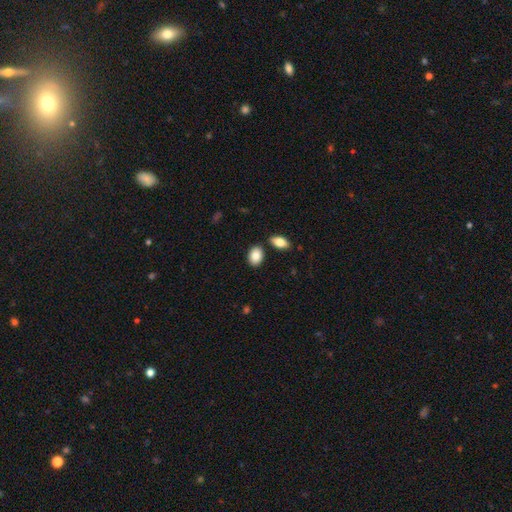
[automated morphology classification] Smooth or featured? Predicted: smooth (p=0.87). How rounded? Predicted: in between (p=0.85). Merging? Predicted: none (p=0.80).